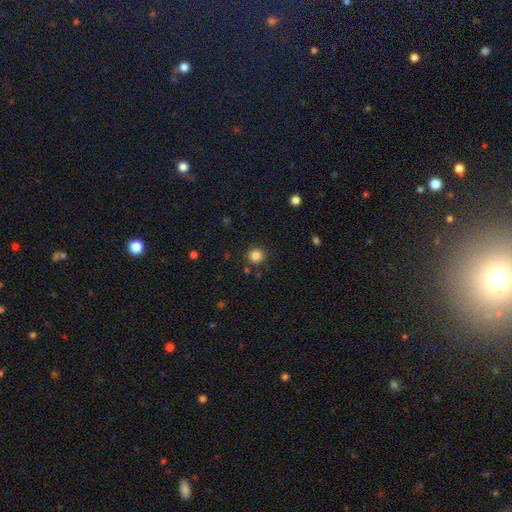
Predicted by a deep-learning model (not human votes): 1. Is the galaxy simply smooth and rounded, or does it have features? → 84% smooth, 12% star or artifact, 4% featured or disk.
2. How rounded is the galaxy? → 93% round, 6% in between, 1% cigar-shaped.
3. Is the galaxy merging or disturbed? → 87% none, 7% minor disturbance, 3% merger, 3% major disturbance.